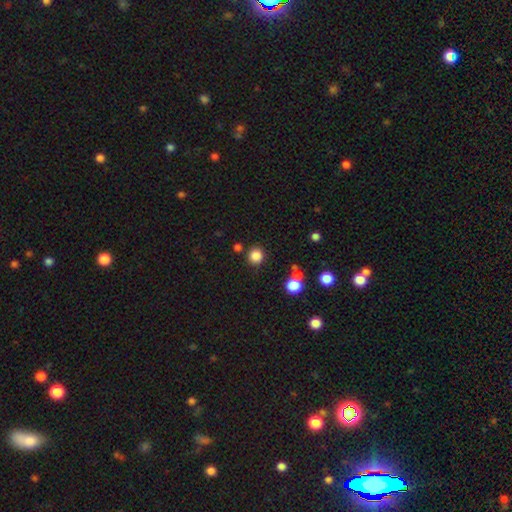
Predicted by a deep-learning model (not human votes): Smooth or featured? Predicted: smooth (p=0.84). How rounded? Predicted: round (p=0.90). Merging? Predicted: none (p=0.85).